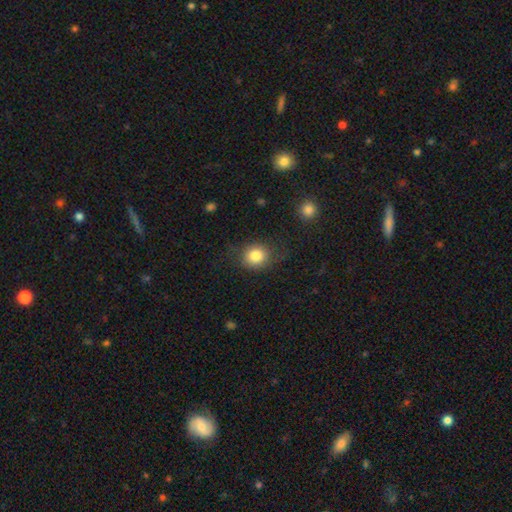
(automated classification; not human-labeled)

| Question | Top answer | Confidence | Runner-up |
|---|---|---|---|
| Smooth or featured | smooth | 82% | star or artifact (9%) |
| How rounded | round | 76% | in between (23%) |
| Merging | none | 74% | minor disturbance (17%) |